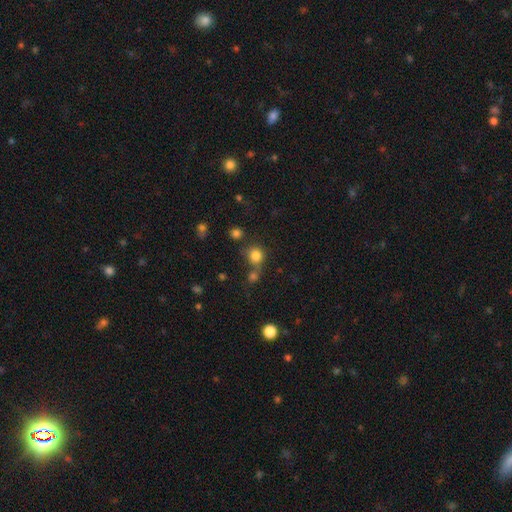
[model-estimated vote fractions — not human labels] smooth 80%, star or artifact 14%, featured or disk 6%. Down the decision tree: how rounded — round (88%); merging — none (59%).